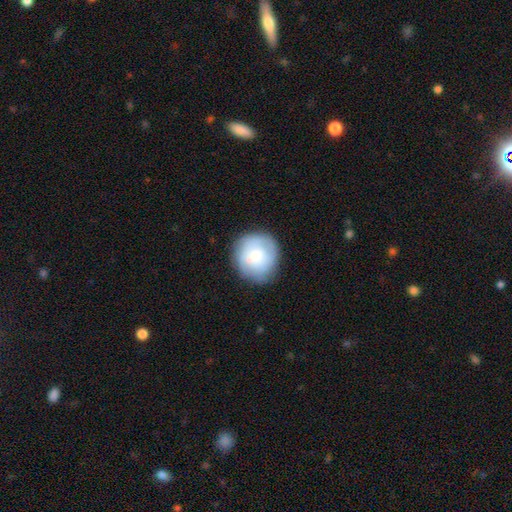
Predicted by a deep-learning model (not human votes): smooth 71%, featured or disk 22%, star or artifact 7%. Down the decision tree: how rounded — round (90%); merging — none (79%).